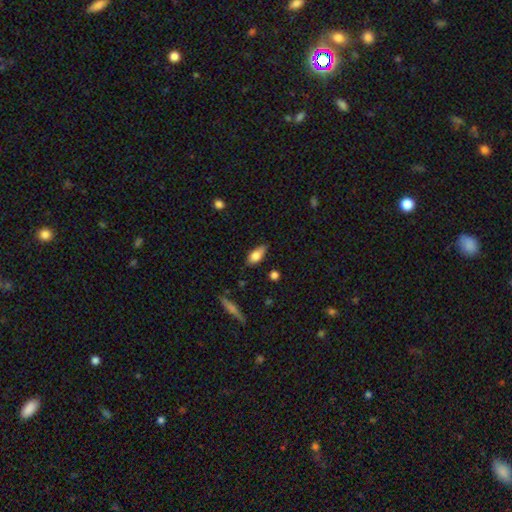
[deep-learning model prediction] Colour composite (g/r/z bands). It shows a smooth galaxy with no disk features (78%) that is in between round and cigar-shaped (84%). Merging: none (69%).